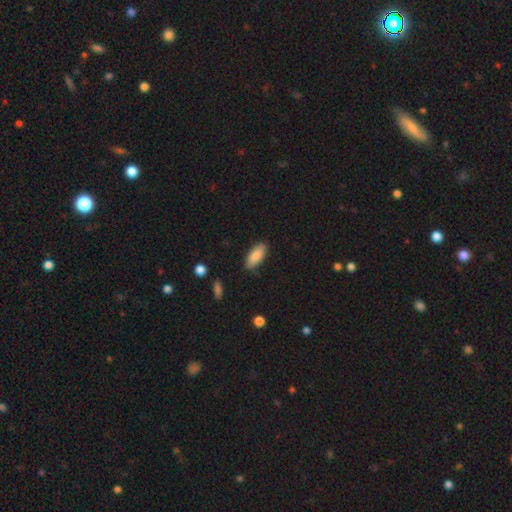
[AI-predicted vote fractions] A smooth galaxy with no disk features (87%) that is in between round and cigar-shaped (82%). Merging: none (84%).